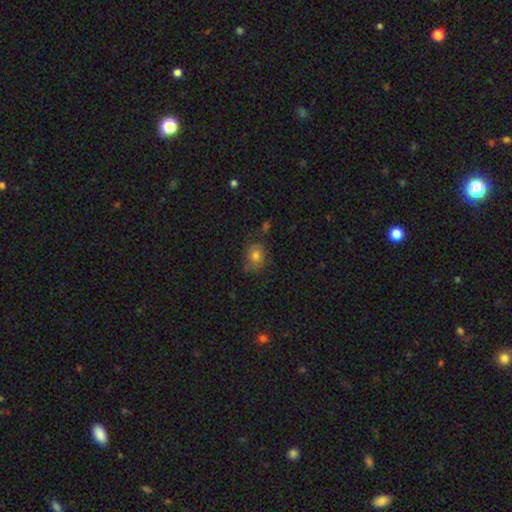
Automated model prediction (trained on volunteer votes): smooth-or-featured: smooth: 66% | featured or disk: 21% | star or artifact: 12%
  how-rounded: round: 52% | in between: 47% | cigar-shaped: 1%
  merging: none: 58% | minor disturbance: 27% | major disturbance: 11% | merger: 3%